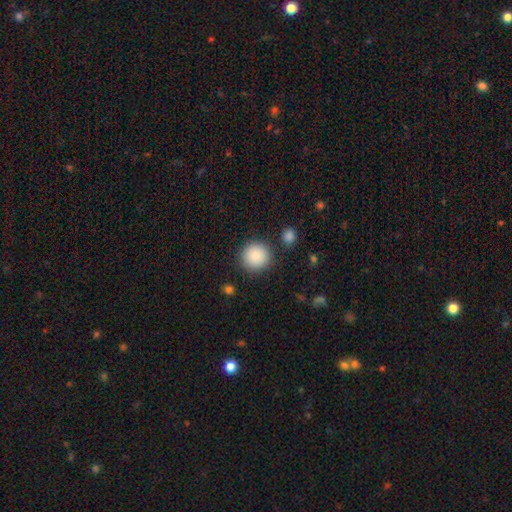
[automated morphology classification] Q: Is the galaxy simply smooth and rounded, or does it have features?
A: smooth — 89%.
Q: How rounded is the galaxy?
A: round — 93%.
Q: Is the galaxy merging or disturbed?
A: none — 86%.